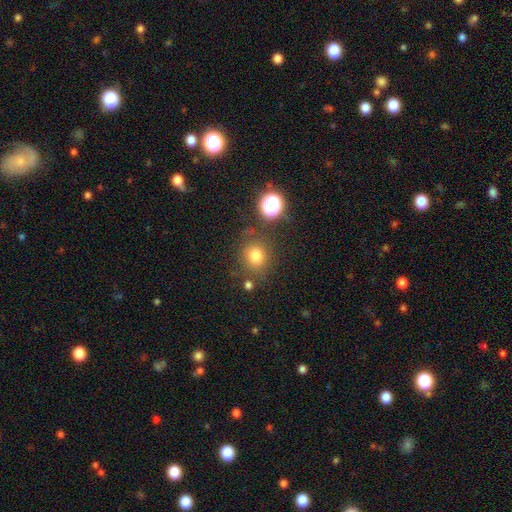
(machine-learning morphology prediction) Overall: smooth (76%). How rounded: round (77%). Merging: none (77%).